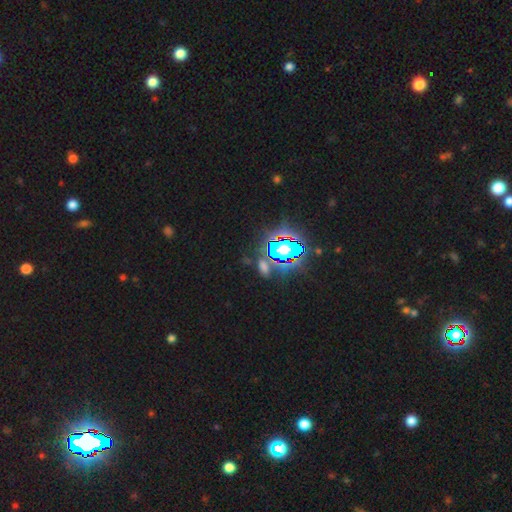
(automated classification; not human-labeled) smooth_or_featured: star or artifact (p=0.84) [alt: smooth p=0.09]